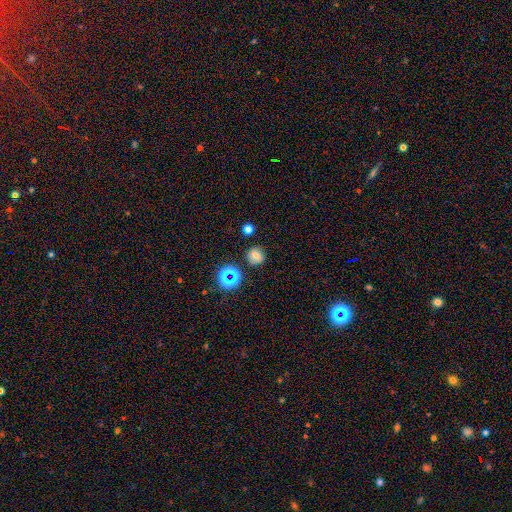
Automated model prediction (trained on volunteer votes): Smooth or featured? Predicted: smooth (p=0.66). How rounded? Predicted: round (p=0.90). Merging? Predicted: none (p=0.84).